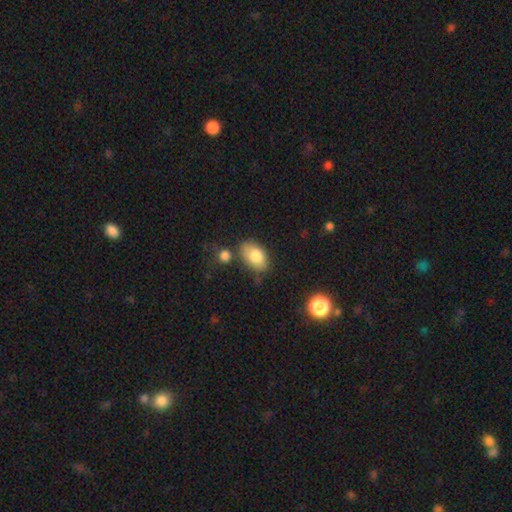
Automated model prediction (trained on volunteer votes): Q: Smooth or featured?
A: smooth (81%); runner-up: featured or disk (11%)
Q: How rounded?
A: in between (90%); runner-up: round (9%)
Q: Merging?
A: none (67%); runner-up: minor disturbance (19%)